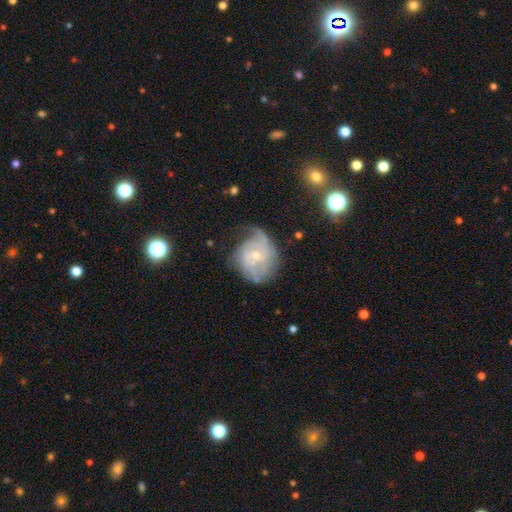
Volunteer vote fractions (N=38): featured or disk 87%, smooth 11%, star or artifact 3%. Down the decision tree: edge-on disk — no (100%); bar — no (70%); spiral arms — yes (88%); spiral arm count — 2 (41%); spiral winding — medium (38%, tied with loose); bulge size — small (70%); merging — none (38%).